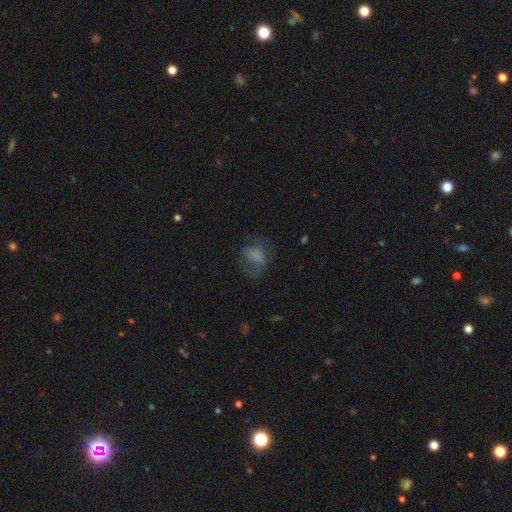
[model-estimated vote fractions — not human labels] Morphology: type=smooth (60%); roundness=in between (70%); merging=none (46%).